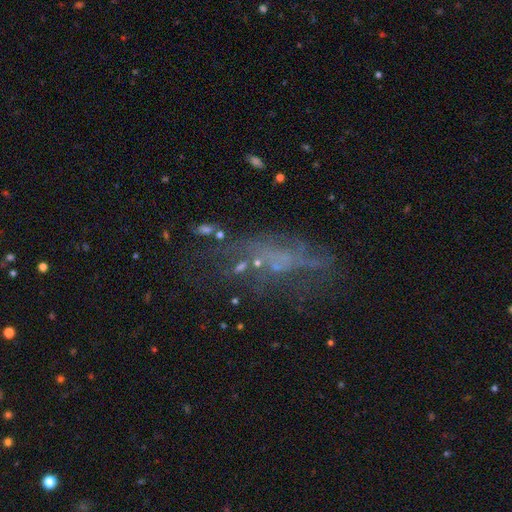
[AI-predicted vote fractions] Smooth or featured: featured or disk — 50% (smooth — 26%)
Merging: none — 49% (major disturbance — 26%)